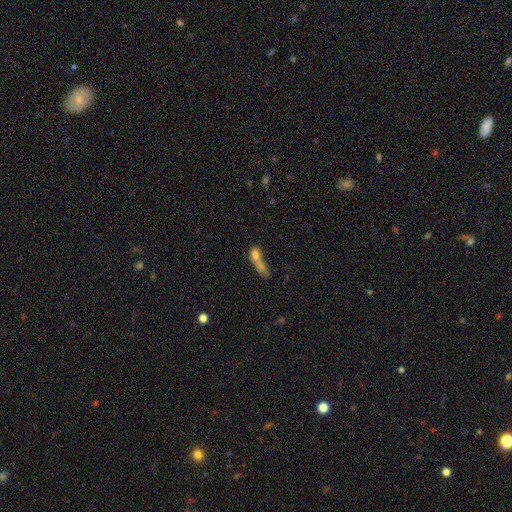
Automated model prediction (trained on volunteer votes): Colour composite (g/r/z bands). It shows a smooth galaxy with no disk features (63%) that is in between round and cigar-shaped (43%). Merging: merger (58%).